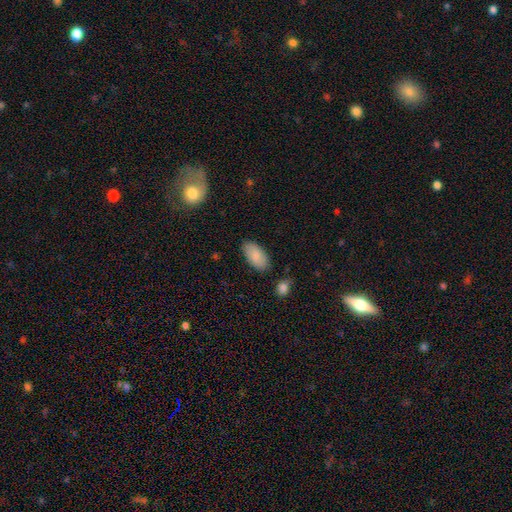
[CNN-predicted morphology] The model was most divided on "merging": none: 82%, minor disturbance: 13%, major disturbance: 3%, merger: 2%. More confident: how rounded — in between (94%); smooth or featured — smooth (86%).